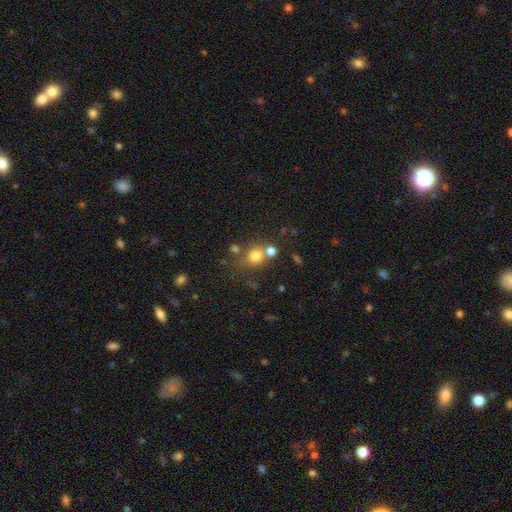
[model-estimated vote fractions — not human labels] Smooth or featured?
  - smooth: 74% *
  - star or artifact: 16%
  - featured or disk: 10%
How rounded?
  - round: 80% *
  - in between: 19%
  - cigar-shaped: 1%
Merging?
  - none: 58% *
  - merger: 25%
  - minor disturbance: 11%
  - major disturbance: 5%